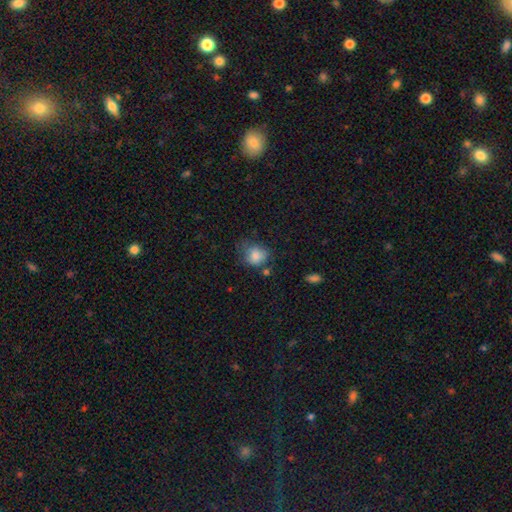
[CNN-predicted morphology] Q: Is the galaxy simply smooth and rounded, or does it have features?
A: smooth — 82%.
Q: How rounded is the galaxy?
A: round — 69%.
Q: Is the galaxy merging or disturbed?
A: none — 52%.